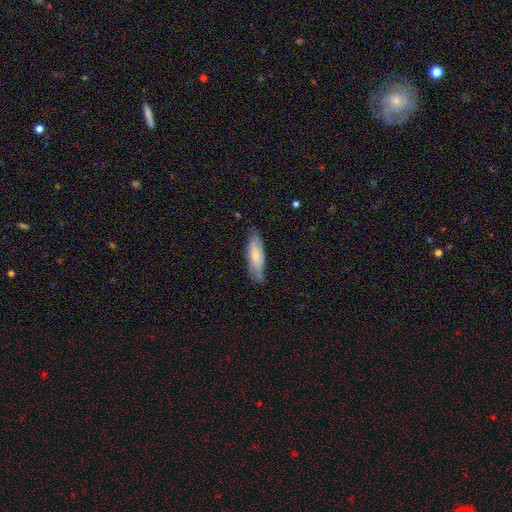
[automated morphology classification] Overall: smooth (63%; featured or disk 32%). How rounded: in between (53%; cigar-shaped 46%). Merging: none (69%).